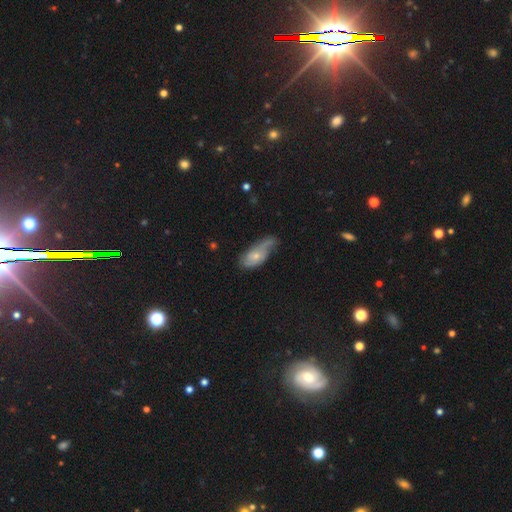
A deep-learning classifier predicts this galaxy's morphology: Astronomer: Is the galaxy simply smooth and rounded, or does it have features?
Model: featured or disk — 47% (runner-up: smooth, 46%).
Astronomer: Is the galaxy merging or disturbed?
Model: minor disturbance — 39% (runner-up: none, 32%).